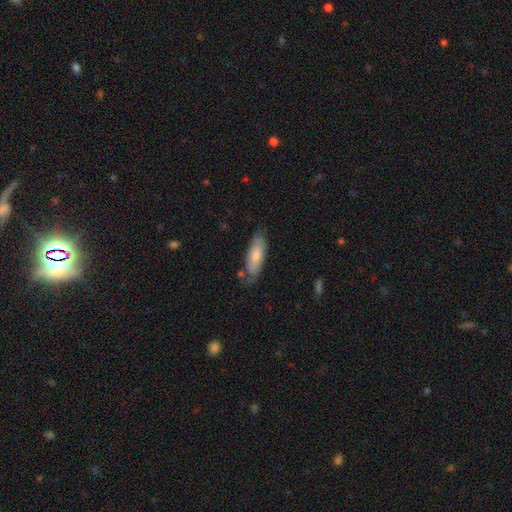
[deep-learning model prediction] smooth 75%, featured or disk 19%, star or artifact 6%. Down the decision tree: how rounded — in between (62%); merging — none (67%).